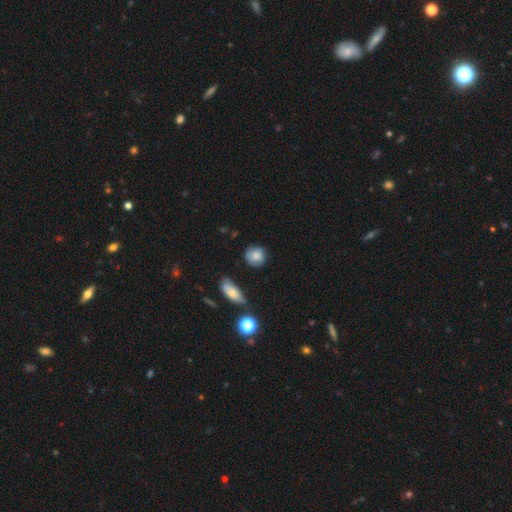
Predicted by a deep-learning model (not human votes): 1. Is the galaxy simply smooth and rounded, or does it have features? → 75% smooth, 17% featured or disk, 8% star or artifact.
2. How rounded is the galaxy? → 80% round, 19% in between, 2% cigar-shaped.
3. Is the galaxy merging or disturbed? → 66% none, 24% minor disturbance, 6% major disturbance, 3% merger.